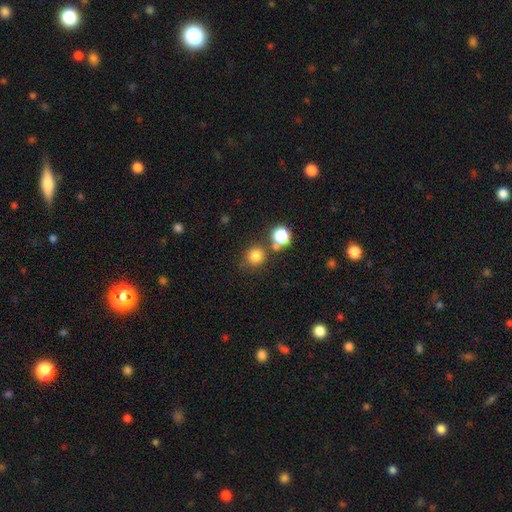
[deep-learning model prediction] This is likely a smooth galaxy (79%). How rounded: clearly round (89%). Merging: likely none (73%).